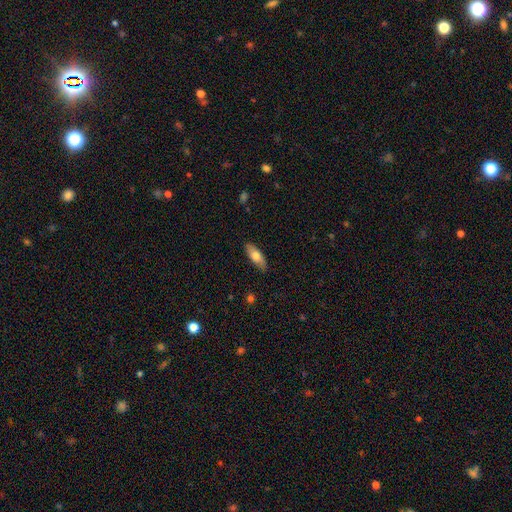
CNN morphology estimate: This is likely a smooth galaxy (70%). How rounded: likely in between (70%). Merging: clearly none (85%).